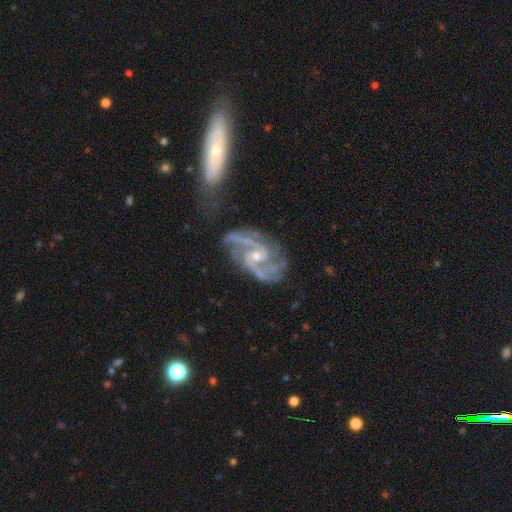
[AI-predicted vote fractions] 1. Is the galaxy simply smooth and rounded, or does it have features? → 91% featured or disk, 5% star or artifact, 4% smooth.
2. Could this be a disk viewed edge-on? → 97% no, 3% yes.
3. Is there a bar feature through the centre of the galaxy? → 43% no, 41% weak, 16% strong.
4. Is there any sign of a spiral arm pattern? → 98% yes, 2% no.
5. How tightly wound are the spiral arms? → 55% medium, 28% tight, 17% loose.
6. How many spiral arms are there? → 56% 2, 23% 3, 8% can't tell, 5% 4, 4% 1, 4% more than 4.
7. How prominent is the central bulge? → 61% small, 35% moderate, 2% none, 1% large, 1% dominant.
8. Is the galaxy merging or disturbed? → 60% none, 21% minor disturbance, 11% major disturbance, 8% merger.